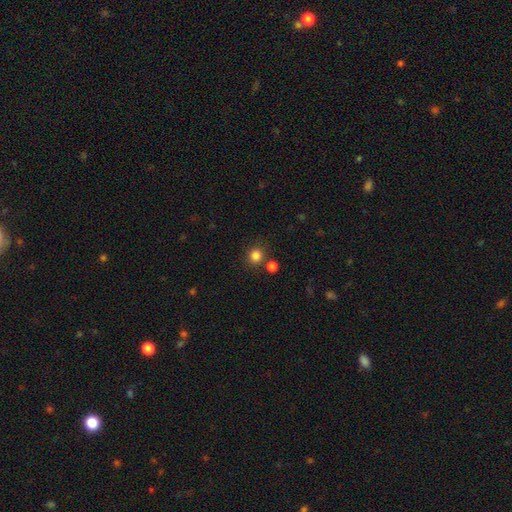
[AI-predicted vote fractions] This appears to be a smooth galaxy with no disk features (83%) that is round (90%). Merging: none (80%).